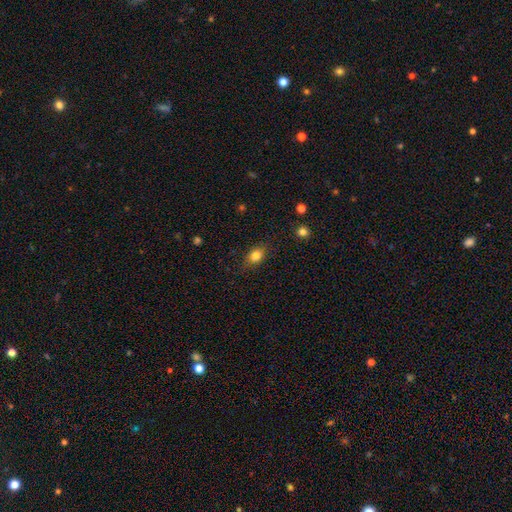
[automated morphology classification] A smooth galaxy with no disk features (81%) that is in between round and cigar-shaped (64%).

Vote fractions:
- Smooth or featured? smooth: 81% / star or artifact: 10% / featured or disk: 8%
- How rounded? in between: 64% / round: 34% / cigar-shaped: 3%
- Merging? none: 80% / minor disturbance: 15% / major disturbance: 4% / merger: 1%